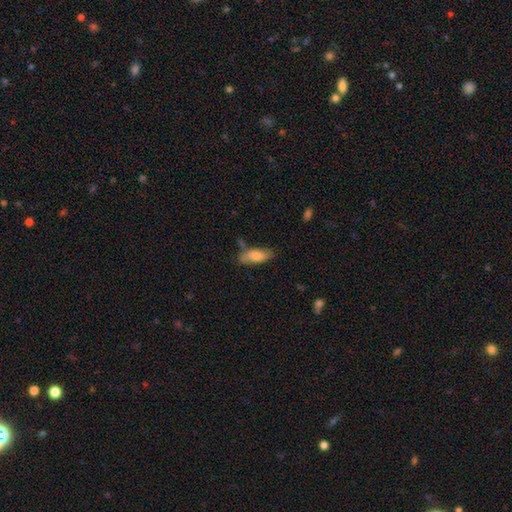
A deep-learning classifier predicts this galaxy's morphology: Q: Smooth or featured?
A: smooth (76%); runner-up: featured or disk (18%)
Q: How rounded?
A: in between (74%); runner-up: cigar-shaped (24%)
Q: Merging?
A: none (57%); runner-up: minor disturbance (27%)